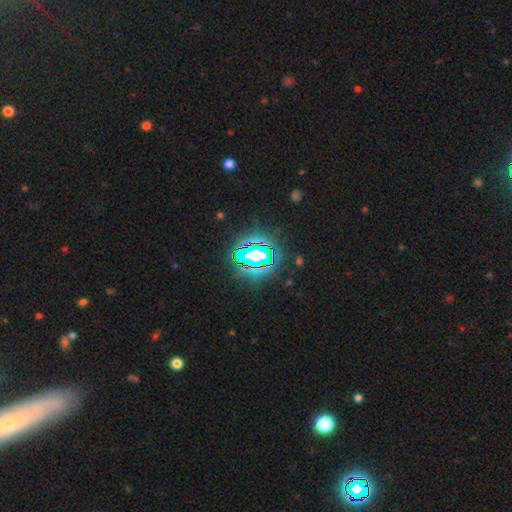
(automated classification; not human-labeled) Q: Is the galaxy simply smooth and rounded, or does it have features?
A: star or artifact — 76%.